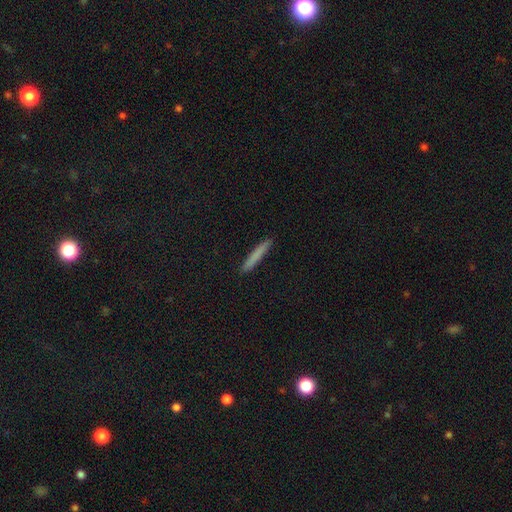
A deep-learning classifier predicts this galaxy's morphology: Smooth or featured?
  - smooth: 78% *
  - featured or disk: 15%
  - star or artifact: 7%
How rounded?
  - cigar-shaped: 96% *
  - in between: 3%
  - round: 1%
Merging?
  - none: 92% *
  - minor disturbance: 6%
  - major disturbance: 1%
  - merger: 1%